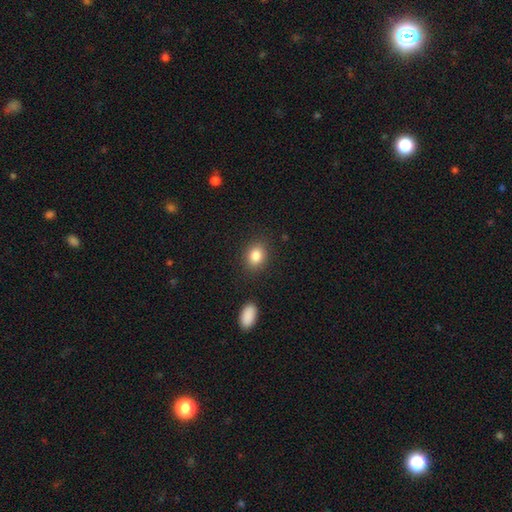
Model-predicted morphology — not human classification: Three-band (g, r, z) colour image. It shows a smooth galaxy with no disk features (84%) that is in between round and cigar-shaped (59%). Merging: none (85%).